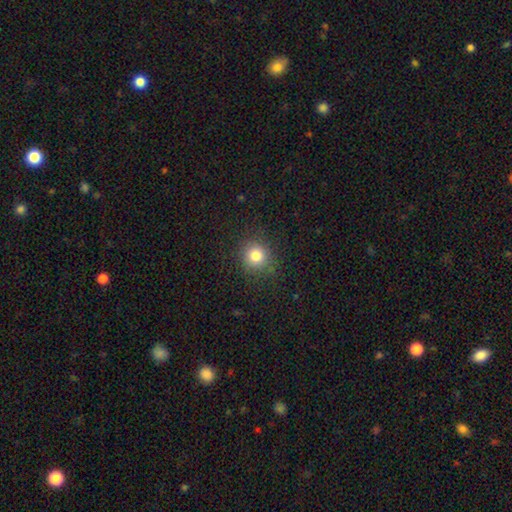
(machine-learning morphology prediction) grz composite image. It shows a smooth galaxy with no disk features (81%) that is round (91%). Merging: none (87%).